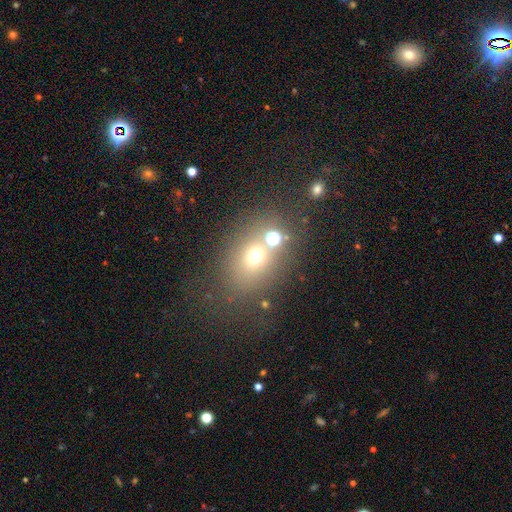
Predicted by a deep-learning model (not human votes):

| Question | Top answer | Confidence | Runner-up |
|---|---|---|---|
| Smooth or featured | smooth | 60% | star or artifact (24%) |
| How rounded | round | 54% | in between (44%) |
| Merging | none | 61% | merger (19%) |